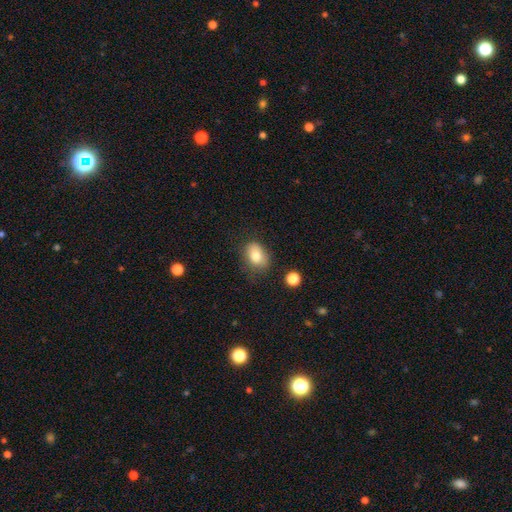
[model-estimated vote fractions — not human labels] Smooth or featured? smooth (79%)
How rounded? in between (72%)
Merging? none (68%)